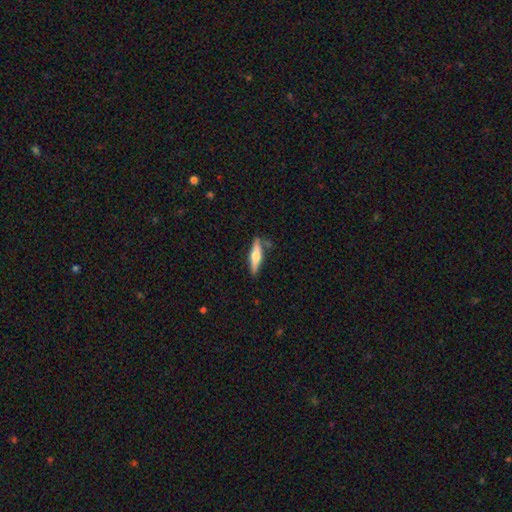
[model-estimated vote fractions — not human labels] Smooth or featured? Predicted: featured or disk (p=0.51). Edge-on disk? Predicted: yes (p=0.95). Merging? Predicted: none (p=0.81).